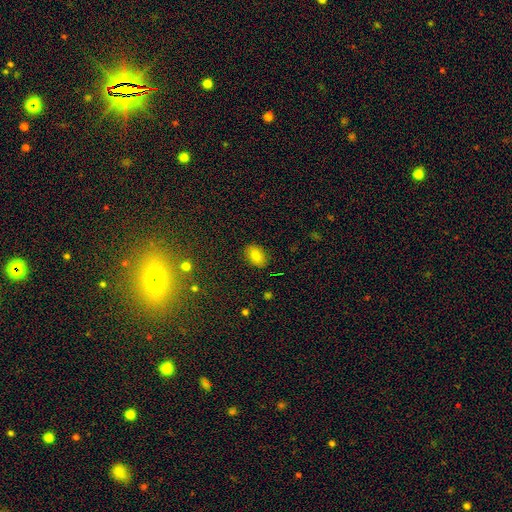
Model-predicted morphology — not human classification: Smooth or featured: smooth — 80% (star or artifact — 11%)
How rounded: in between — 85% (round — 13%)
Merging: none — 87% (minor disturbance — 10%)